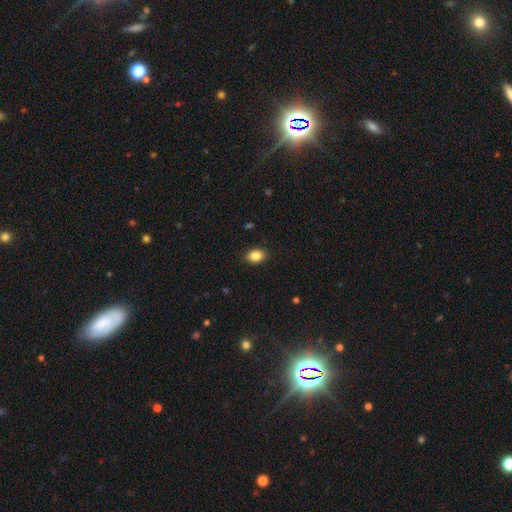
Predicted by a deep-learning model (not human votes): A smooth galaxy with no disk features (86%) that is in between round and cigar-shaped (81%). Merging: none (89%).